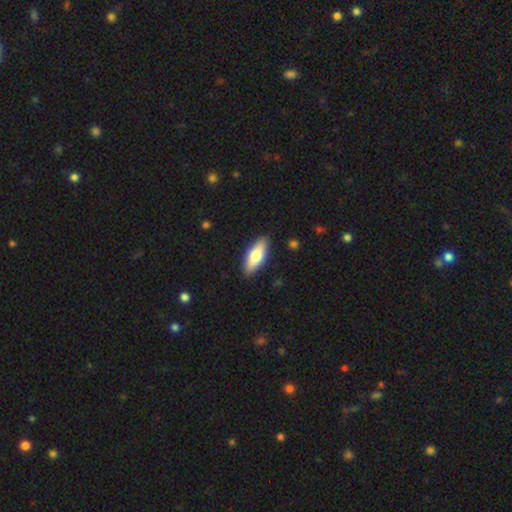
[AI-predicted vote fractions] Morphology: type=smooth (69%); roundness=in between (73%); merging=none (88%).